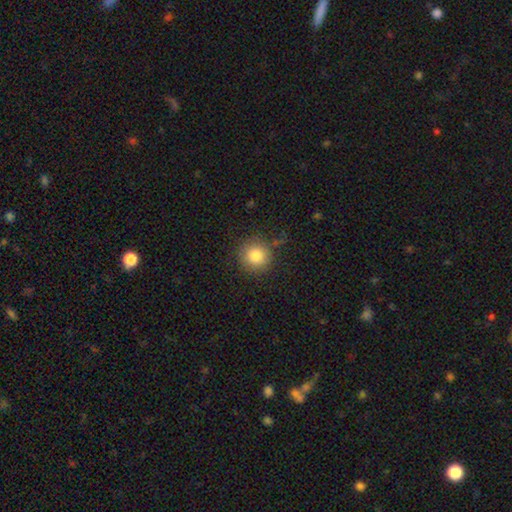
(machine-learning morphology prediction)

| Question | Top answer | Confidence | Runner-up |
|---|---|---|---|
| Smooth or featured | smooth | 83% | star or artifact (10%) |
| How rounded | round | 94% | in between (5%) |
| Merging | none | 85% | minor disturbance (10%) |